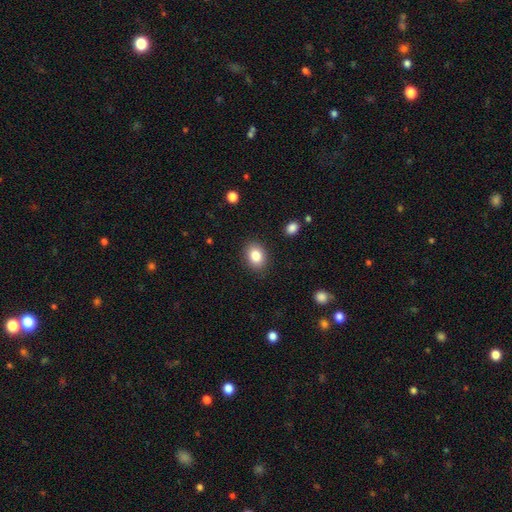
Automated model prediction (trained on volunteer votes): The model was most divided on "how rounded": in between: 64%, round: 35%, cigar-shaped: 1%. More confident: merging — none (88%); smooth or featured — smooth (84%).